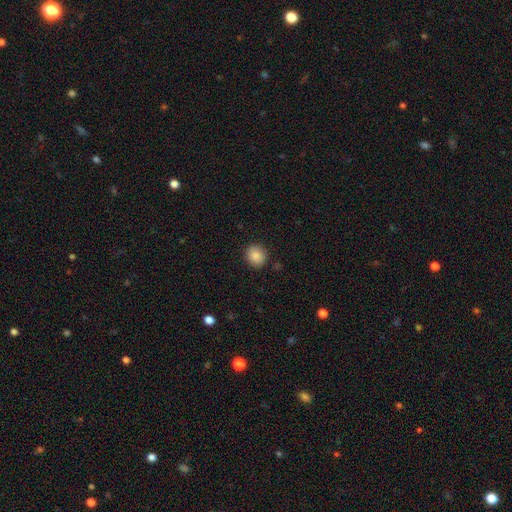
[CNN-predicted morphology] This appears to be a smooth galaxy with no disk features (87%) that is round (80%). Merging: none (90%).